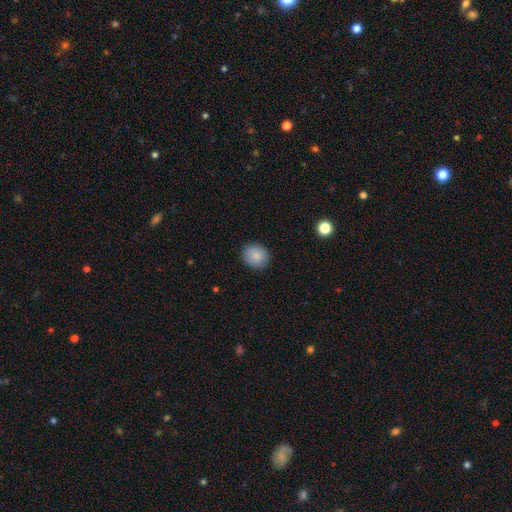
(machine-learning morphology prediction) Smooth or featured? Predicted: smooth (p=0.86). How rounded? Predicted: round (p=0.66). Merging? Predicted: none (p=0.89).